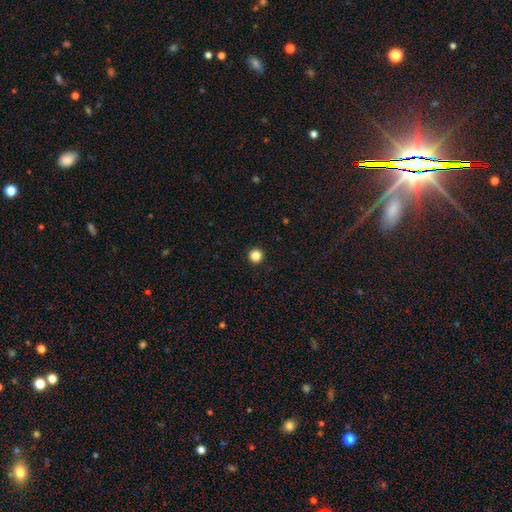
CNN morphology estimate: This is clearly a smooth galaxy (86%). How rounded: clearly round (96%). Merging: clearly none (94%).